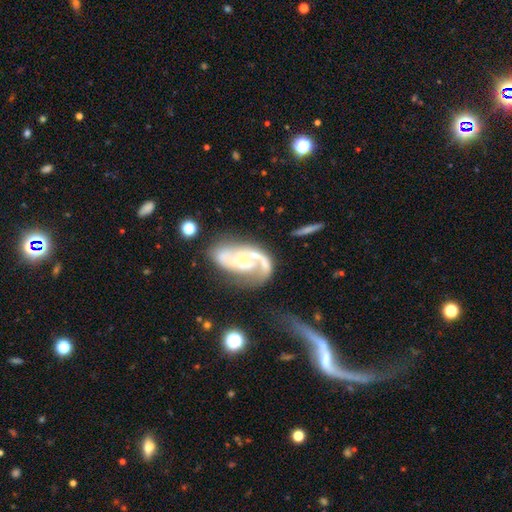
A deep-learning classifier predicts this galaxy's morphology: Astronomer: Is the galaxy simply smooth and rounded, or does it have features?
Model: featured or disk — 84%.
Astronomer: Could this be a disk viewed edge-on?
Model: no — 97%.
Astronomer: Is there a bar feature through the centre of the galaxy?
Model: no — 63%.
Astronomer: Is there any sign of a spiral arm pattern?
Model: yes — 93%.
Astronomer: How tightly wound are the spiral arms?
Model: medium — 46% (runner-up: loose, 31%).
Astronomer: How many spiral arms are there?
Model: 2 — 64%.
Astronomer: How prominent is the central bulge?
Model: small — 69%.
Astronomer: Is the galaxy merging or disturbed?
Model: none — 44% (runner-up: major disturbance, 27%).